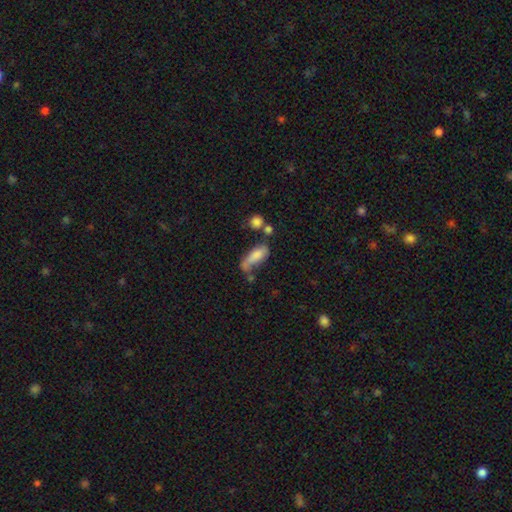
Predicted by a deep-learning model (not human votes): smooth_or_featured: smooth (p=0.74) [alt: featured or disk p=0.17]
how_rounded: in between (p=0.74) [alt: cigar-shaped p=0.22]
merging: none (p=0.32) [alt: merger p=0.24]